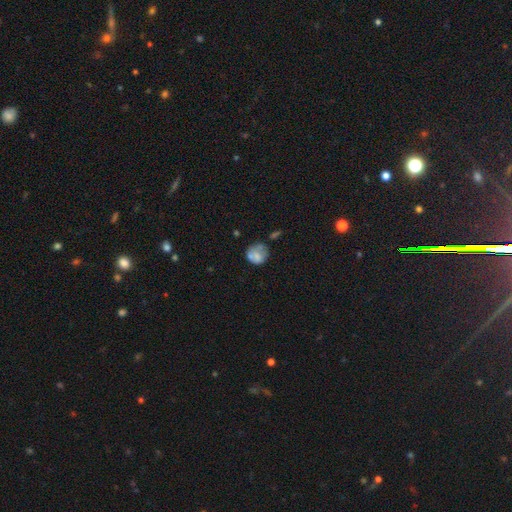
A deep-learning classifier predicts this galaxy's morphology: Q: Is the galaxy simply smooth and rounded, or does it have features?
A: smooth — 62%.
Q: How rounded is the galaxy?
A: round — 73%.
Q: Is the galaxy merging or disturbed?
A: none — 43%.